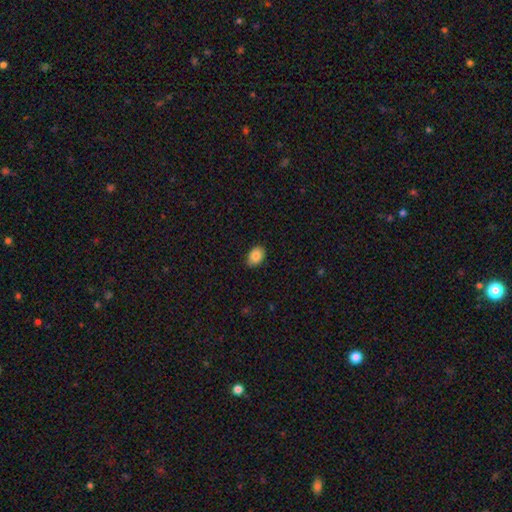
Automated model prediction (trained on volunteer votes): A smooth galaxy with no disk features (86%) that is in between round and cigar-shaped (77%). Merging: none (86%).